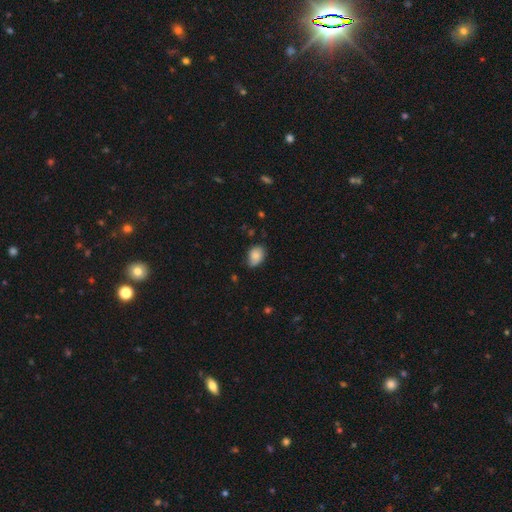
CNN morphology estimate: A smooth galaxy with no disk features (81%) that is in between round and cigar-shaped (74%). Merging: none (61%).